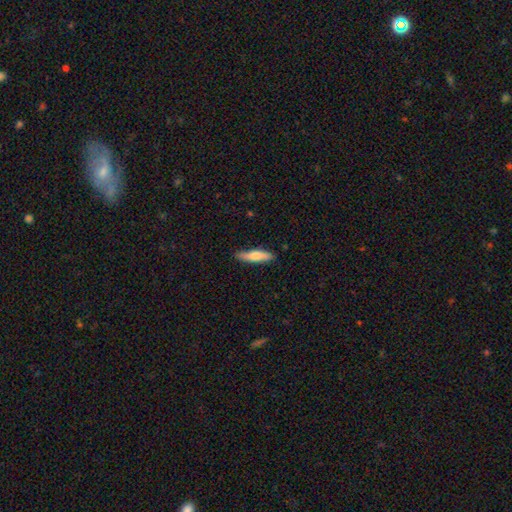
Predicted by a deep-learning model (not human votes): This appears to be a smooth galaxy with no disk features (69%) that is cigar-shaped (79%). Merging: none (86%).